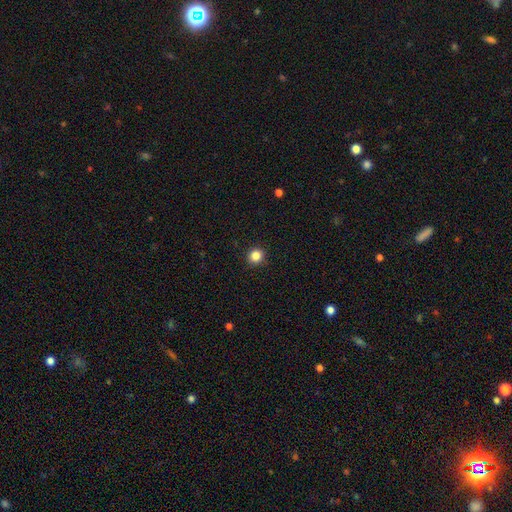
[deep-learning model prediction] Overall: smooth (85%). How rounded: round (88%). Merging: none (92%).